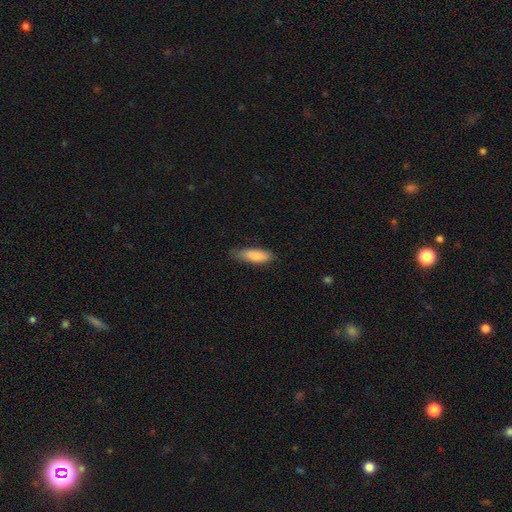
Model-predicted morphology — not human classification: This is clearly a smooth galaxy (85%). How rounded: likely in between (64%). Merging: likely none (66%).